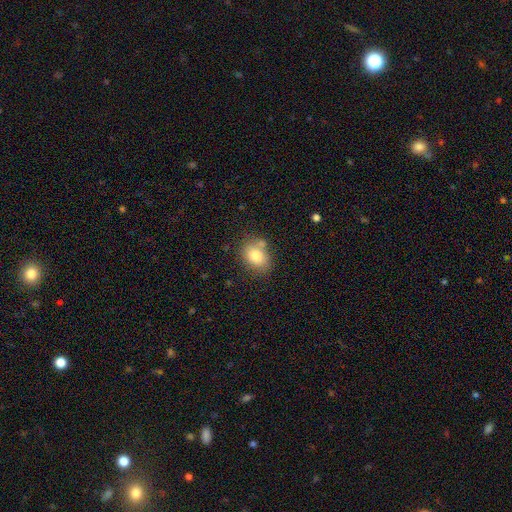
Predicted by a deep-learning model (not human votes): A smooth galaxy with no disk features (79%) that is in between round and cigar-shaped (65%). Merging: none (67%).